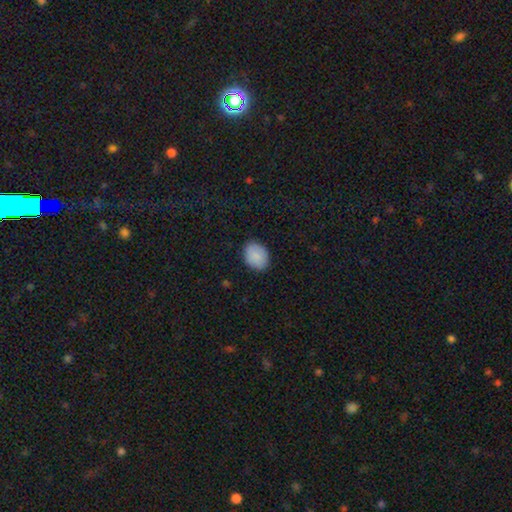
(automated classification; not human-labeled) Smooth or featured? Predicted: smooth (p=0.89). How rounded? Predicted: in between (p=0.63). Merging? Predicted: none (p=0.86).